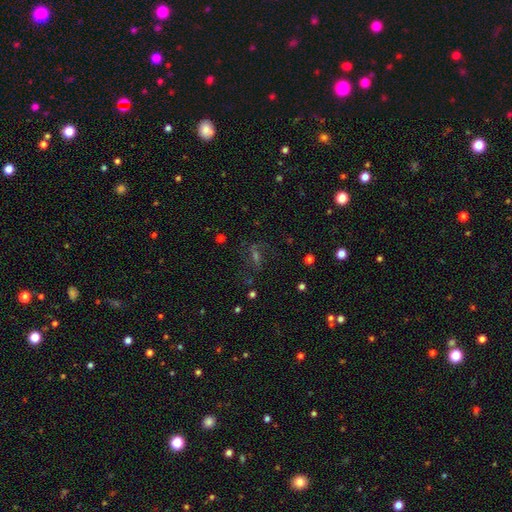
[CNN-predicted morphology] Smooth or featured?
  - featured or disk: 42% *
  - star or artifact: 35%
  - smooth: 23%
Merging?
  - none: 67% *
  - minor disturbance: 15%
  - major disturbance: 15%
  - merger: 3%